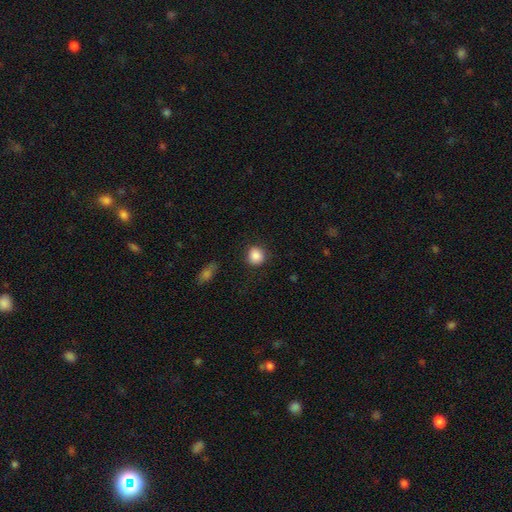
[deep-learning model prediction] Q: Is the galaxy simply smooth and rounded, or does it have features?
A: smooth — 87%.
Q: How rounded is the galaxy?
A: round — 87%.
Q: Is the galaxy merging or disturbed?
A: none — 86%.